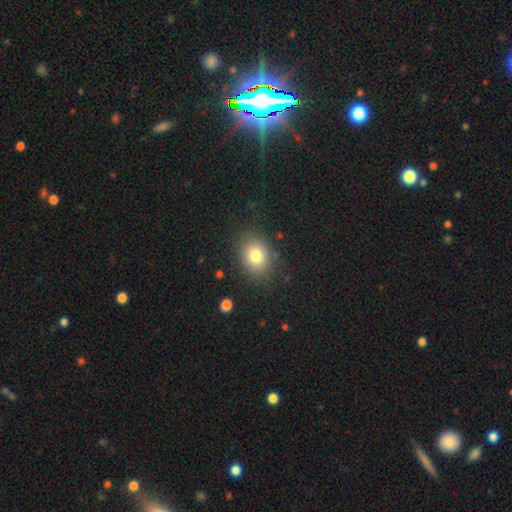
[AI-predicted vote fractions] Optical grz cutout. It shows a smooth galaxy with no disk features (80%) that is round (52%). Merging: none (84%).